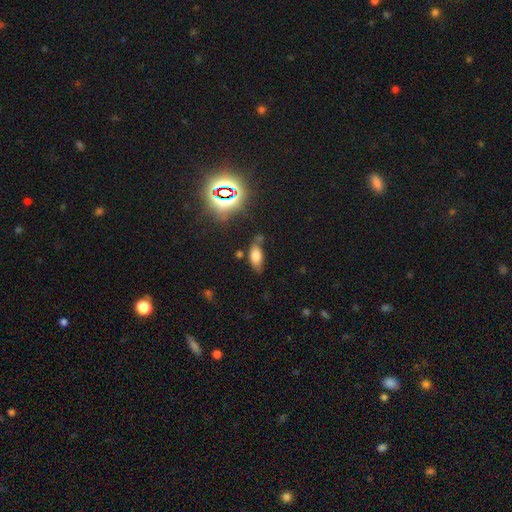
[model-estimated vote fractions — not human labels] smooth_or_featured: smooth (p=0.69) [alt: star or artifact p=0.16]
how_rounded: in between (p=0.86) [alt: cigar-shaped p=0.10]
merging: none (p=0.58) [alt: minor disturbance p=0.25]